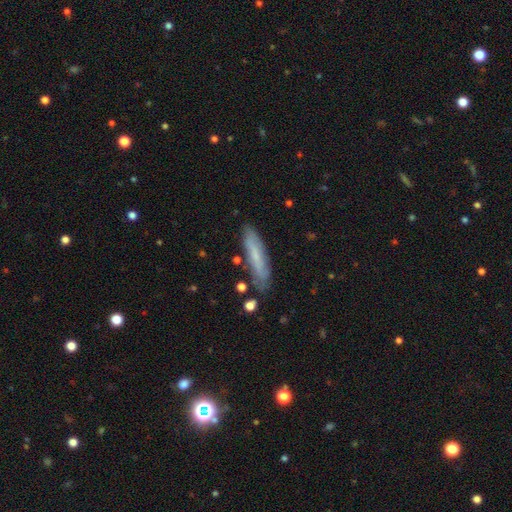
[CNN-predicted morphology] A smooth galaxy with no disk features (57%) that is cigar-shaped (81%). Merging: none (81%).